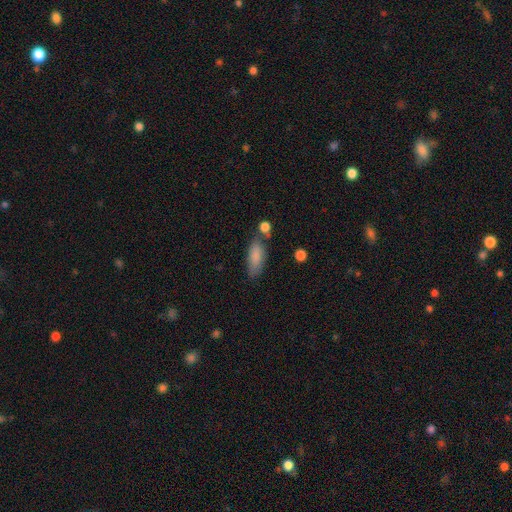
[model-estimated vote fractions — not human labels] A smooth galaxy with no disk features (85%) that is in between round and cigar-shaped (79%). Merging: none (64%).